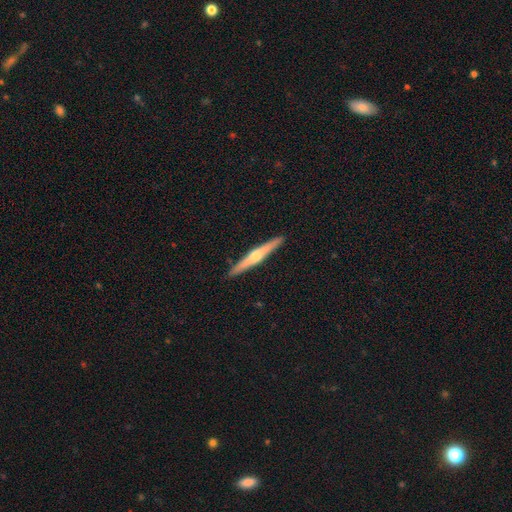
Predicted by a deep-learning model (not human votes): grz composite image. It shows a featured or disk galaxy (67%) viewed edge-on (98%) with a rounded central bulge (89%). Merging: none (92%).